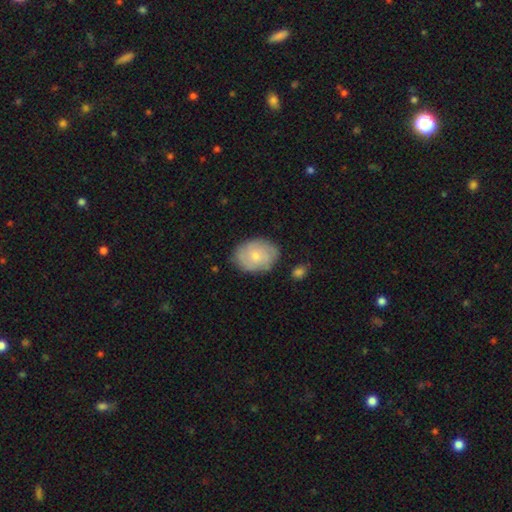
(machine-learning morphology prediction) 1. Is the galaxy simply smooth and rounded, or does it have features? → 49% smooth, 44% featured or disk, 7% star or artifact.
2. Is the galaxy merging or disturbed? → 78% none, 16% minor disturbance, 4% major disturbance, 2% merger.